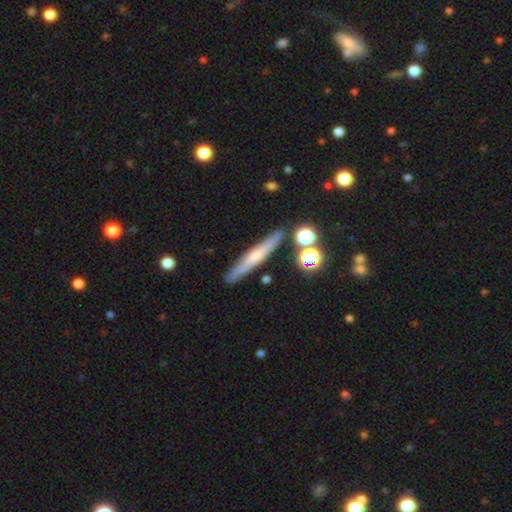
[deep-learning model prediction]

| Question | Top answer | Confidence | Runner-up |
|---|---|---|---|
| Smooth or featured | featured or disk | 48% | smooth (43%) |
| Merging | none | 84% | minor disturbance (10%) |